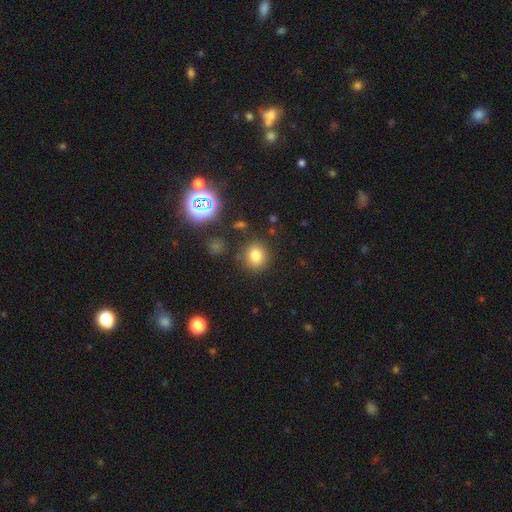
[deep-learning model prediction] This is likely a smooth galaxy (78%). How rounded: clearly round (81%). Merging: clearly none (84%).